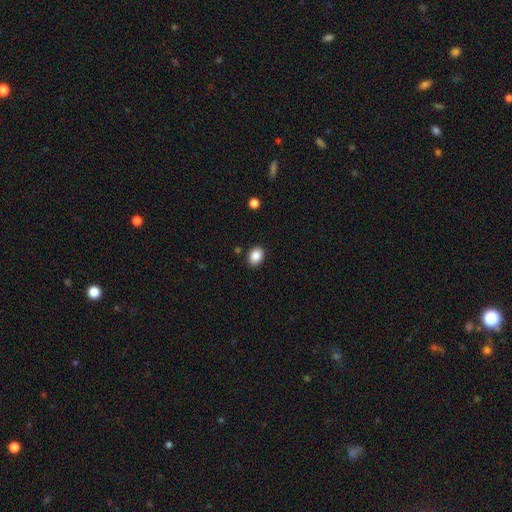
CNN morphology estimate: This appears to be a smooth galaxy with no disk features (87%) that is in between round and cigar-shaped (69%). Merging: none (88%).